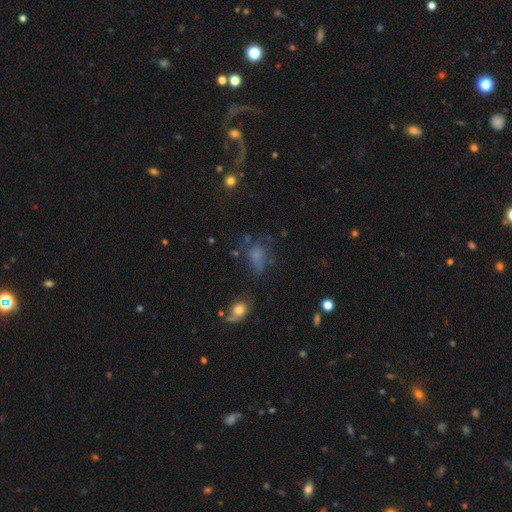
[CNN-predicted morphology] Smooth or featured?
  - smooth: 54% *
  - star or artifact: 26%
  - featured or disk: 20%
How rounded?
  - in between: 57% *
  - round: 39%
  - cigar-shaped: 4%
Merging?
  - none: 44% *
  - major disturbance: 23%
  - minor disturbance: 23%
  - merger: 9%